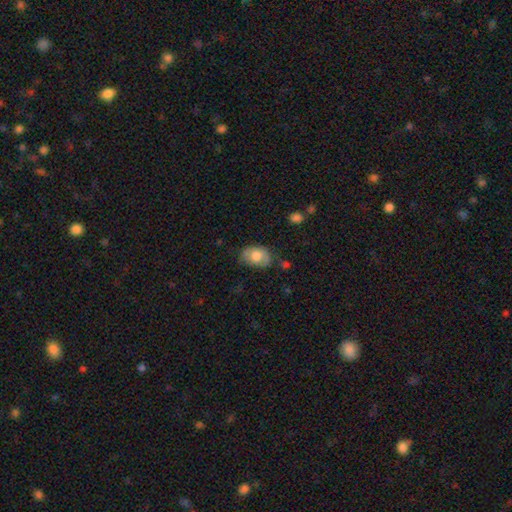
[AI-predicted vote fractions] Q: Smooth or featured?
A: smooth (67%); runner-up: featured or disk (26%)
Q: How rounded?
A: in between (80%); runner-up: round (19%)
Q: Merging?
A: none (61%); runner-up: minor disturbance (28%)